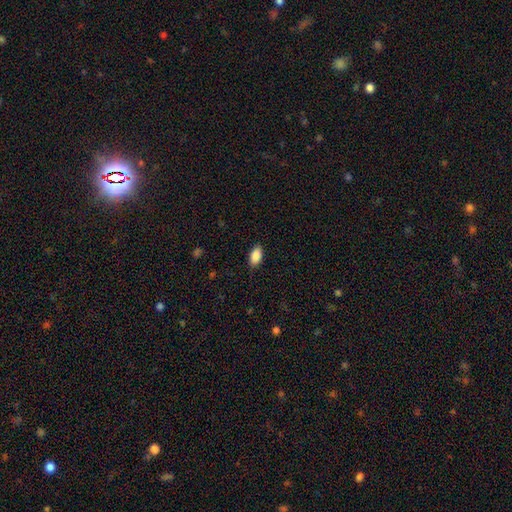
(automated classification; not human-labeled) Smooth or featured? smooth (89%)
How rounded? in between (93%)
Merging? none (87%)